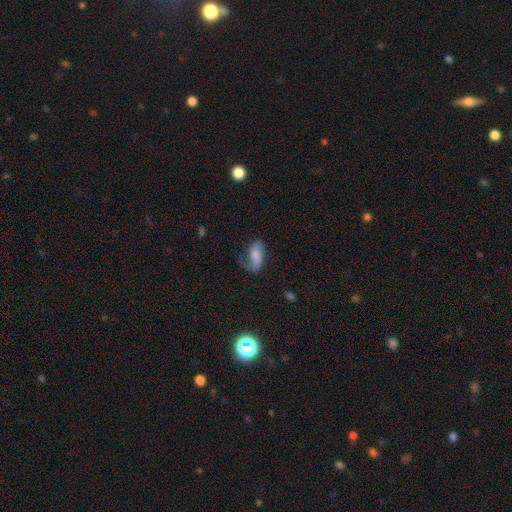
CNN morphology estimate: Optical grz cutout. It shows a smooth galaxy with no disk features (48%). Merging: none (46%).